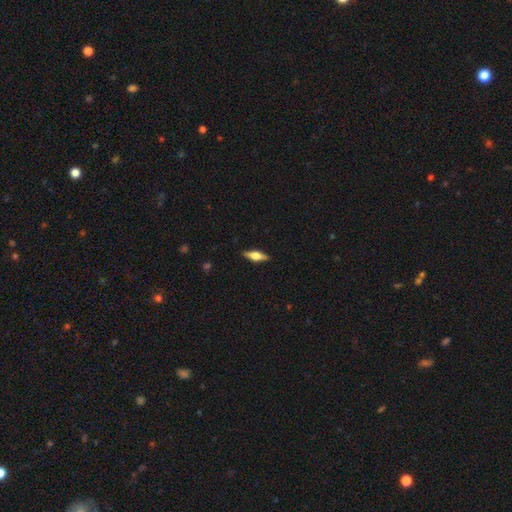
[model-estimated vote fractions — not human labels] smooth-or-featured: featured or disk: 57% | smooth: 37% | star or artifact: 6%
  disk-edge-on: yes: 95% | no: 5%
    edge-on-bulge: rounded: 91% | boxy: 7% | none: 2%
  merging: none: 89% | minor disturbance: 8% | major disturbance: 2% | merger: 1%